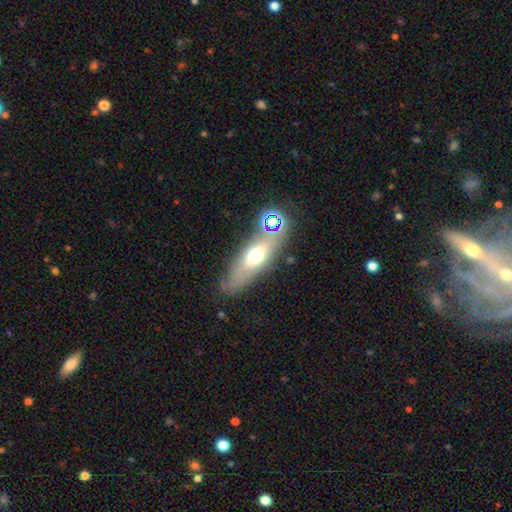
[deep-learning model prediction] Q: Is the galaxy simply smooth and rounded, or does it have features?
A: smooth — 48%.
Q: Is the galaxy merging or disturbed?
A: none — 72%.